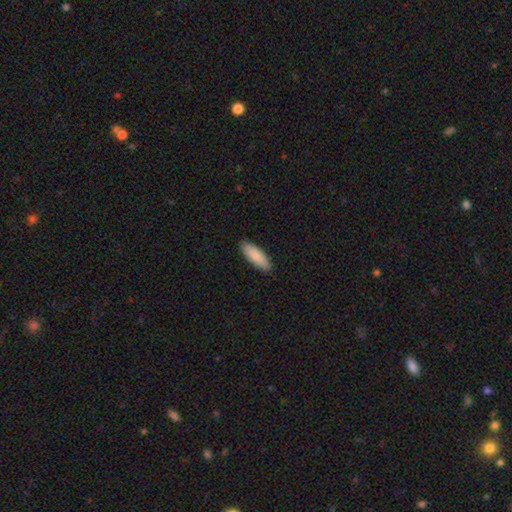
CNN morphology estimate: type=smooth (89%); roundness=in between (57%); merging=none (89%).